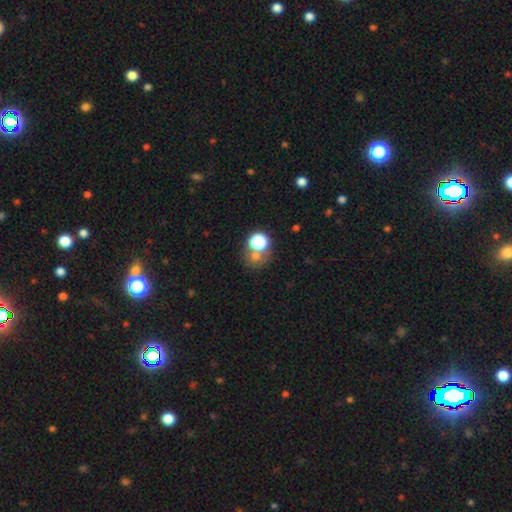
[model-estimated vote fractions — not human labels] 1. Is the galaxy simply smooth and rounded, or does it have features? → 64% smooth, 24% star or artifact, 12% featured or disk.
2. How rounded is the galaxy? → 78% round, 21% in between, 1% cigar-shaped.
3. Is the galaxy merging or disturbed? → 48% none, 35% merger, 10% minor disturbance, 8% major disturbance.